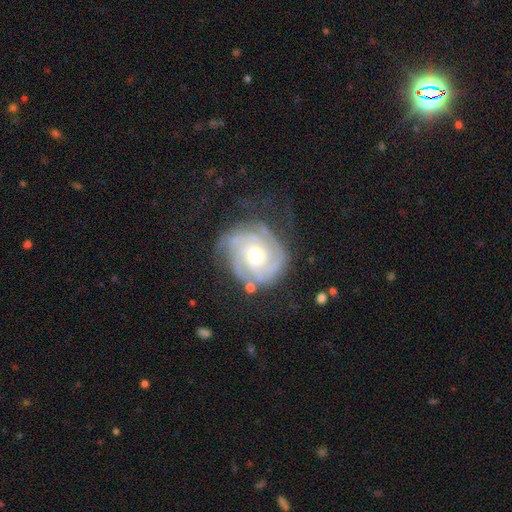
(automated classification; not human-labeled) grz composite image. It shows a featured or disk galaxy (88%) with no bar (74%), 3 (31%) tight (72%) spiral arms (97%) and a moderate central bulge (65%). Merging: none (69%).